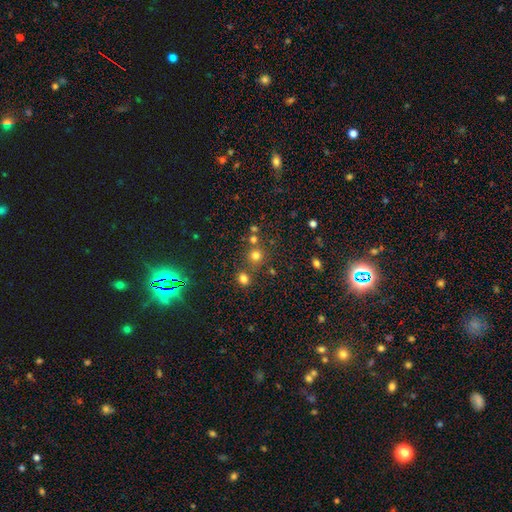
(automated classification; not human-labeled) A smooth galaxy with no disk features (73%) that is round (90%).

Vote fractions:
- Smooth or featured? smooth: 73% / star or artifact: 20% / featured or disk: 7%
- How rounded? round: 90% / in between: 9% / cigar-shaped: 1%
- Merging? none: 71% / merger: 17% / minor disturbance: 8% / major disturbance: 4%